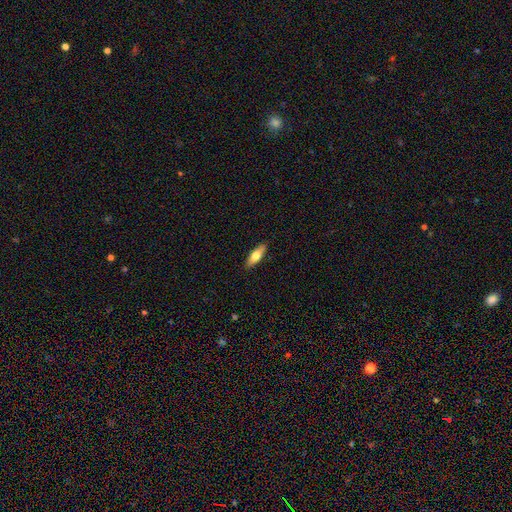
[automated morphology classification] Smooth or featured: smooth — 65% (featured or disk — 29%)
How rounded: in between — 51% (cigar-shaped — 47%)
Merging: none — 90% (minor disturbance — 8%)